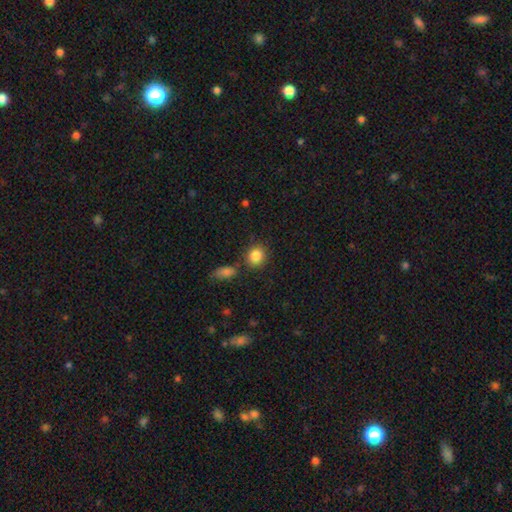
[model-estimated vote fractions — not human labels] The model was most divided on "how rounded": round: 78%, in between: 21%, cigar-shaped: 1%. More confident: smooth or featured — smooth (85%); merging — none (78%).